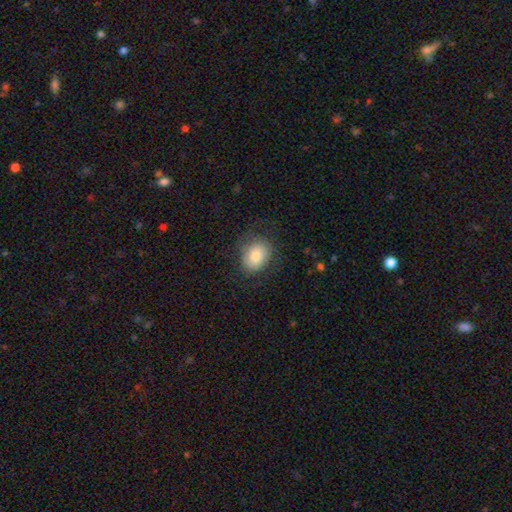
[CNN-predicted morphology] smooth 73%, featured or disk 19%, star or artifact 8%. Down the decision tree: how rounded — round (54%); merging — none (71%).